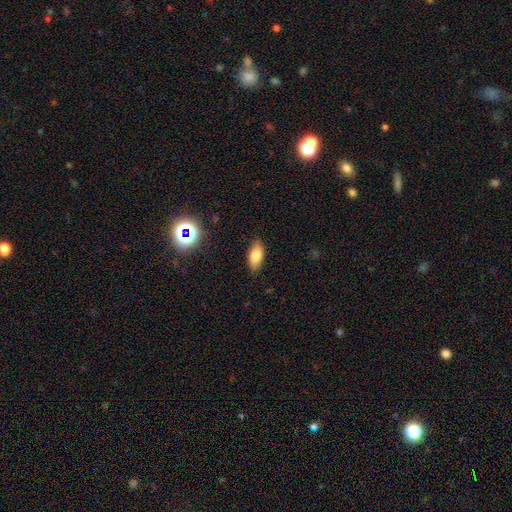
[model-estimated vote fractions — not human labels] smooth 80%, featured or disk 11%, star or artifact 9%. Down the decision tree: how rounded — in between (88%); merging — none (86%).